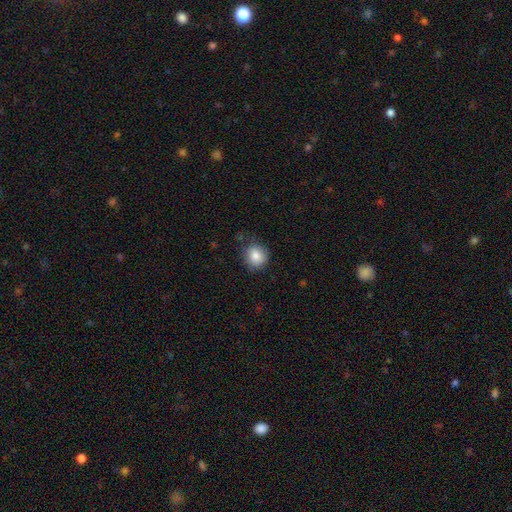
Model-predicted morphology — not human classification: A smooth galaxy with no disk features (85%) that is round (85%). Merging: none (79%).